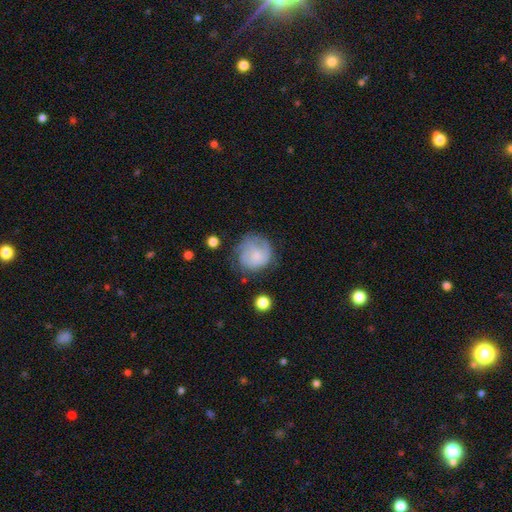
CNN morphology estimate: smooth_or_featured: smooth (p=0.47) [alt: featured or disk p=0.46]
merging: none (p=0.58) [alt: minor disturbance p=0.25]